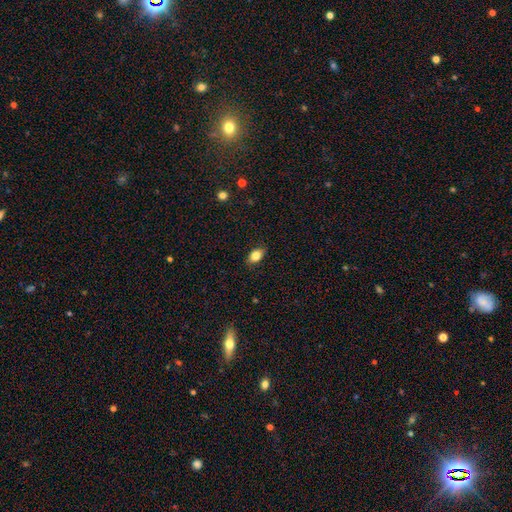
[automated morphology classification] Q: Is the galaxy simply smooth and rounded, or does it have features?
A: smooth — 85%.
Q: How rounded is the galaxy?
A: in between — 84%.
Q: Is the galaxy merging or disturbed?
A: none — 86%.